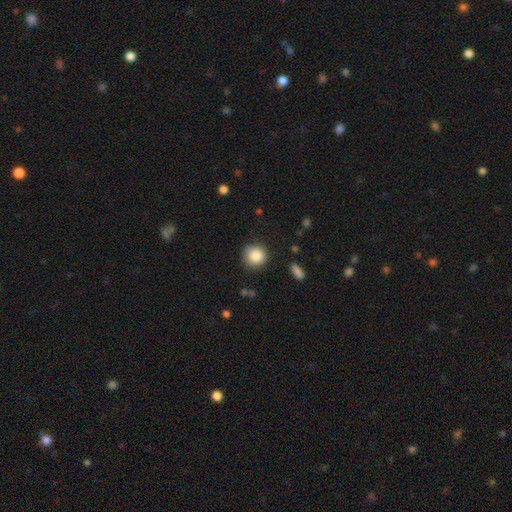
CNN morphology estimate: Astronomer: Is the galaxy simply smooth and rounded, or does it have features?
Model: smooth — 86%.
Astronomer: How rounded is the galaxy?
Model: round — 92%.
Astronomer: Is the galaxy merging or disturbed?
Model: none — 81%.